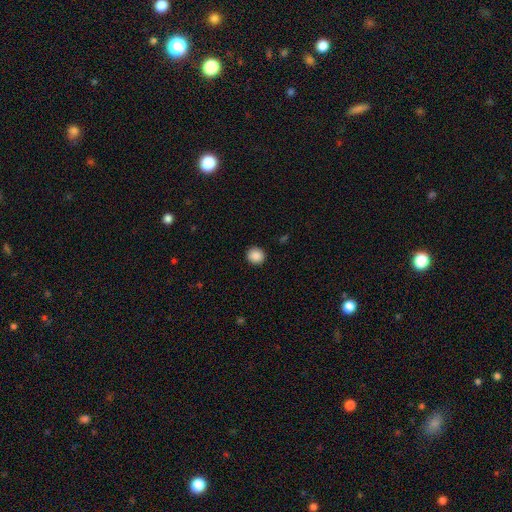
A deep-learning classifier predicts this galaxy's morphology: smooth_or_featured: smooth (p=0.89) [alt: star or artifact p=0.09]
how_rounded: round (p=0.88) [alt: in between p=0.11]
merging: none (p=0.91) [alt: minor disturbance p=0.06]